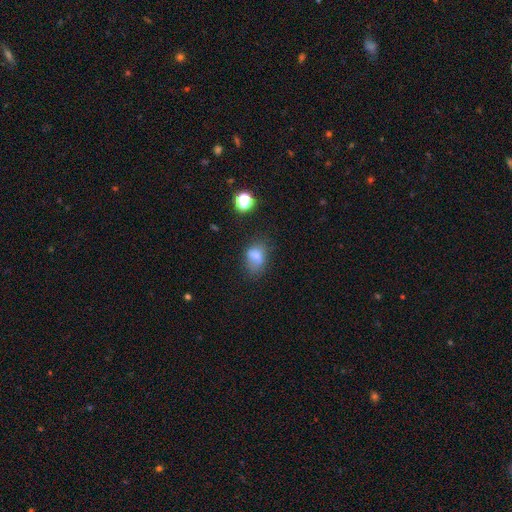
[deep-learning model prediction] Smooth or featured? Predicted: smooth (p=0.73). How rounded? Predicted: in between (p=0.70). Merging? Predicted: none (p=0.50).